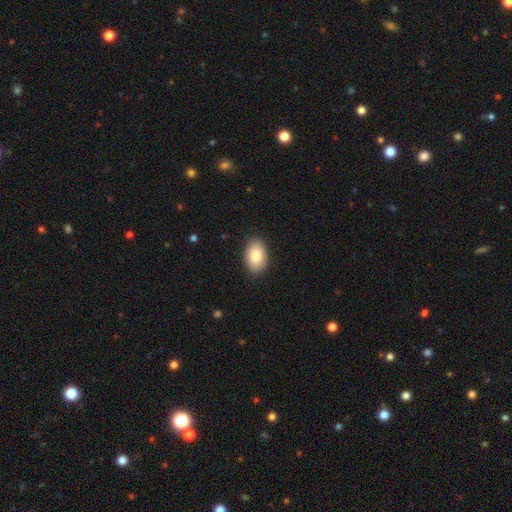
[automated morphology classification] Smooth or featured? Predicted: smooth (p=0.83). How rounded? Predicted: in between (p=0.90). Merging? Predicted: none (p=0.88).